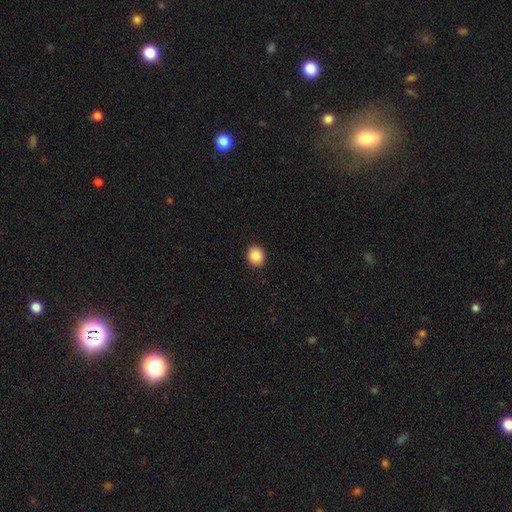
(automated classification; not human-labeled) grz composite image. It shows a smooth galaxy with no disk features (87%) that is round (82%). Merging: none (92%).